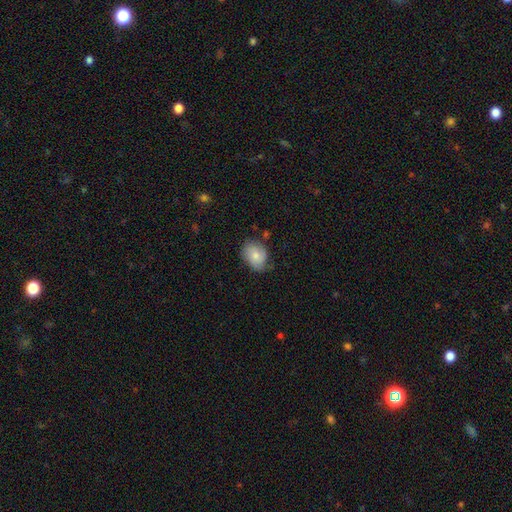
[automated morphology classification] smooth 73%, featured or disk 20%, star or artifact 7%. Down the decision tree: how rounded — in between (57%); merging — none (65%).